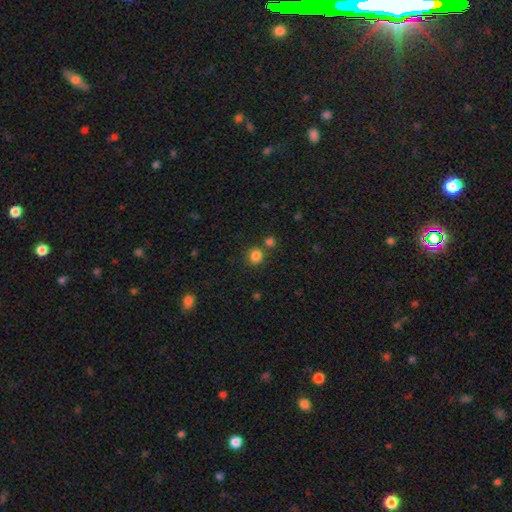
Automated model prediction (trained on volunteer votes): The model was most divided on "merging": none: 75%, merger: 14%, minor disturbance: 8%, major disturbance: 3%. More confident: how rounded — round (87%); smooth or featured — smooth (83%).